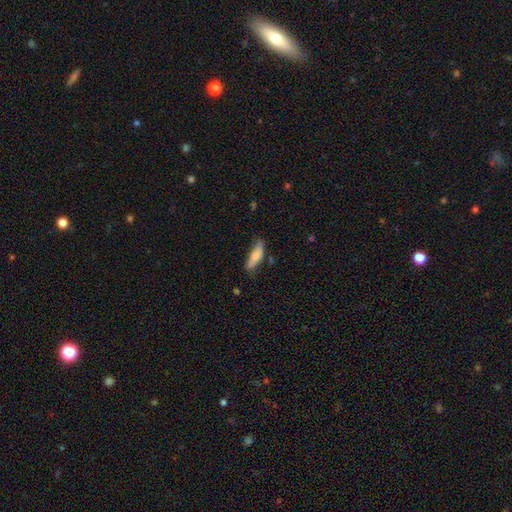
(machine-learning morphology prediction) smooth_or_featured: smooth (p=0.73) [alt: featured or disk p=0.21]
how_rounded: cigar-shaped (p=0.53) [alt: in between p=0.45]
merging: none (p=0.62) [alt: minor disturbance p=0.28]